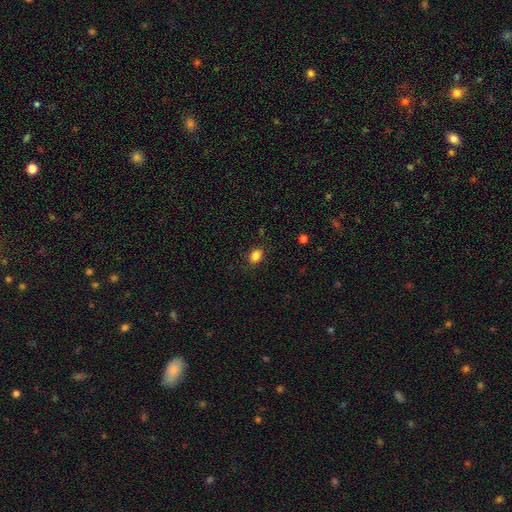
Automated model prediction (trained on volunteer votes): This appears to be a smooth galaxy with no disk features (85%) that is in between round and cigar-shaped (60%). Merging: none (85%).